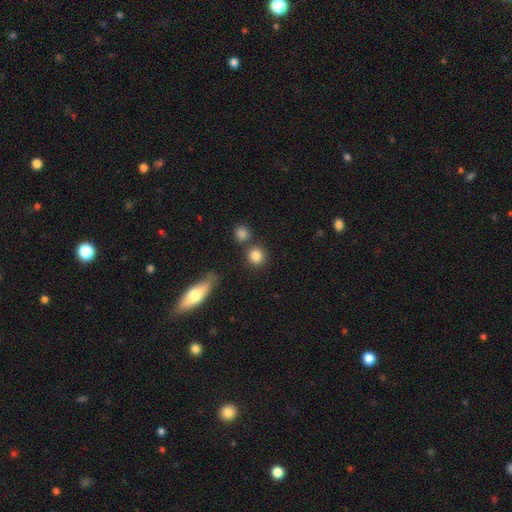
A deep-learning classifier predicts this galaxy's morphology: Smooth or featured? smooth (84%)
How rounded? round (87%)
Merging? none (74%)